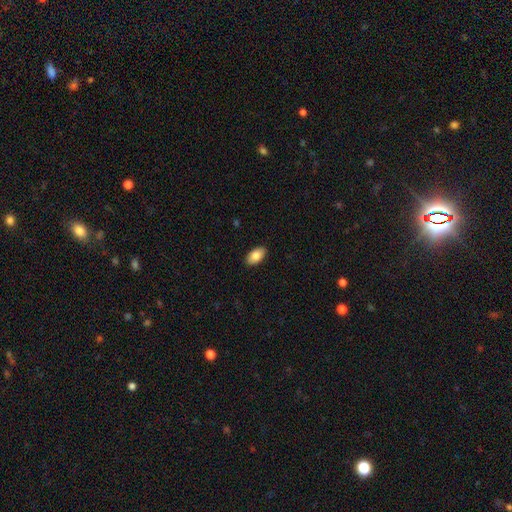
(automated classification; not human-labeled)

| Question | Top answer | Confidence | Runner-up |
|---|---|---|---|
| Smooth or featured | smooth | 85% | featured or disk (9%) |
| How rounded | in between | 94% | round (4%) |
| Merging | none | 90% | minor disturbance (8%) |